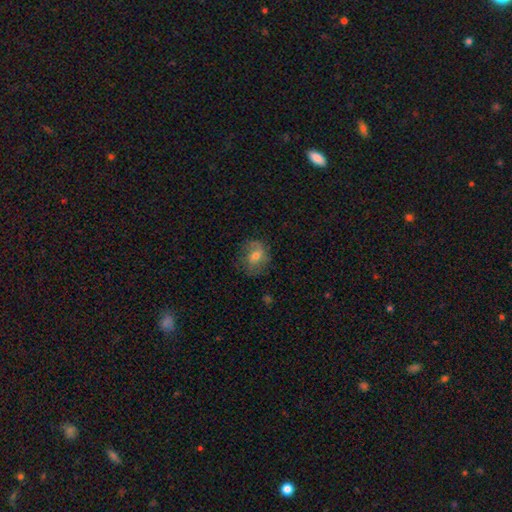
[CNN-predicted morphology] smooth 56%, featured or disk 34%, star or artifact 10%. Down the decision tree: how rounded — round (58%); merging — none (62%).